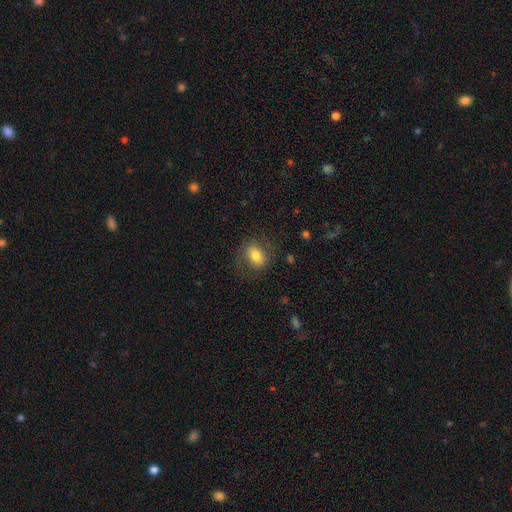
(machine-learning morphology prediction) This appears to be a smooth galaxy with no disk features (74%) that is in between round and cigar-shaped (66%). Merging: none (72%).